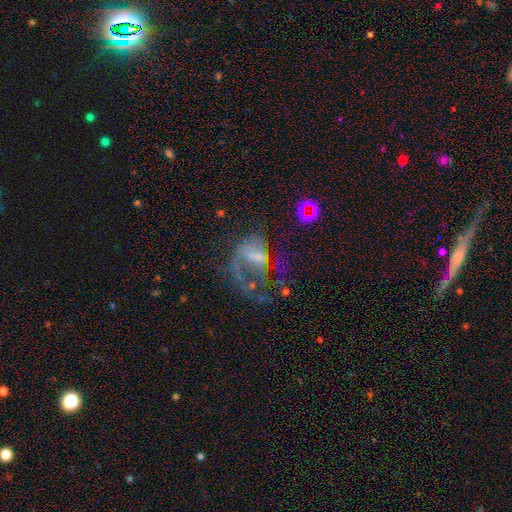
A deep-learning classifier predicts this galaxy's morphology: type=featured or disk (60%); edge-on=no (97%); bar=no (52%); spiral arms=no (56%); bulge=none (44%); merging=major disturbance (55%).